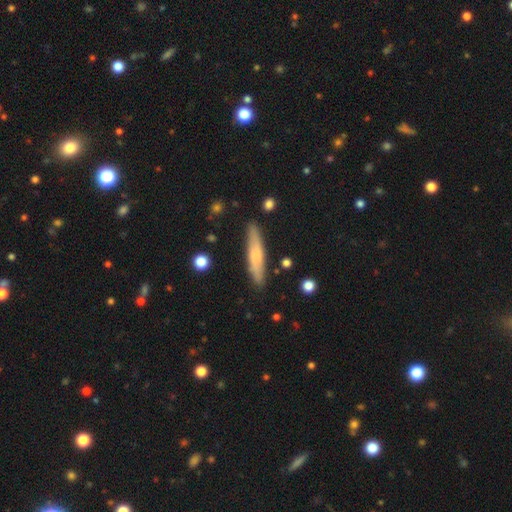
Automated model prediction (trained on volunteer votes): The model was most divided on "smooth or featured": smooth: 64%, featured or disk: 30%, star or artifact: 6%. More confident: how rounded — cigar-shaped (88%); merging — none (86%).